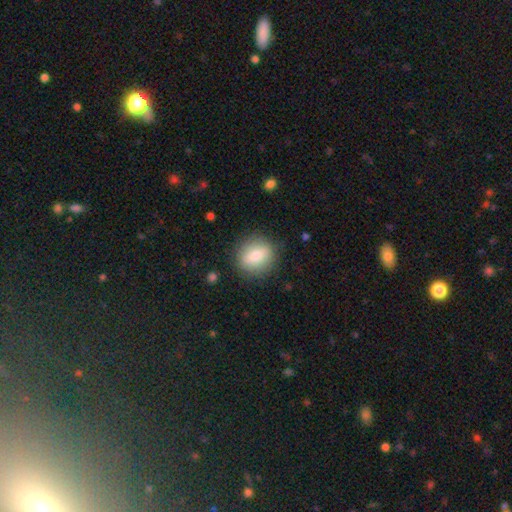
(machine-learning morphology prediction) smooth_or_featured: smooth (p=0.79) [alt: featured or disk p=0.13]
how_rounded: round (p=0.71) [alt: in between p=0.27]
merging: none (p=0.84) [alt: minor disturbance p=0.11]